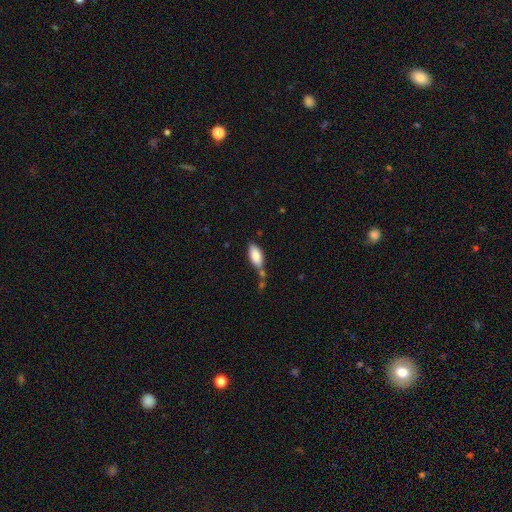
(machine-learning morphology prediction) Smooth or featured? Predicted: smooth (p=0.85). How rounded? Predicted: in between (p=0.86). Merging? Predicted: none (p=0.53).